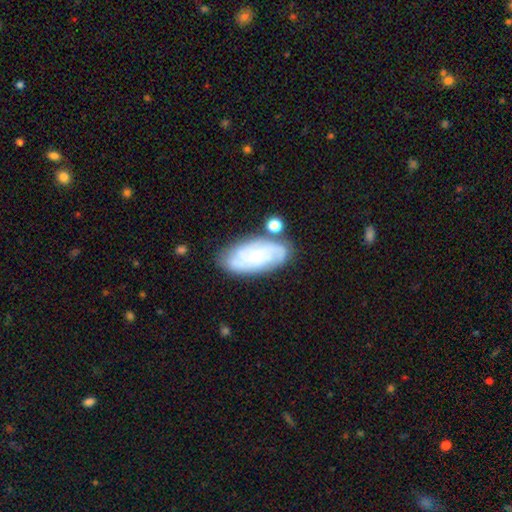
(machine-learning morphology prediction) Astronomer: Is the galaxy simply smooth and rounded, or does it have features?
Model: featured or disk — 64%.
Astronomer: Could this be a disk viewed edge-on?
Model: no — 92%.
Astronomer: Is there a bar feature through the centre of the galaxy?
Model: no — 76%.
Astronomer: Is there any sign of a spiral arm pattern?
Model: yes — 85%.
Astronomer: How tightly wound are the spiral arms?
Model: tight — 56% (runner-up: medium, 33%).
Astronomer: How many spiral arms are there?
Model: can't tell — 40% (runner-up: 2, 31%).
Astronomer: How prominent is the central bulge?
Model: small — 64%.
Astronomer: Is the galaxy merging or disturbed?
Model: none — 68%.